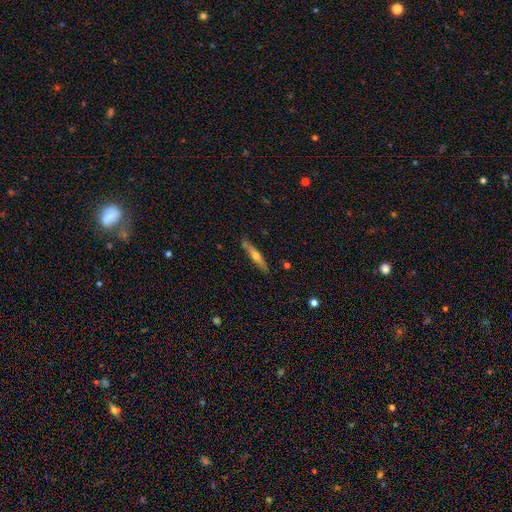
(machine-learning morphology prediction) featured or disk 56%, smooth 38%, star or artifact 6%. Down the decision tree: edge-on disk — yes (94%); edge-on bulge — rounded (88%); merging — none (86%).